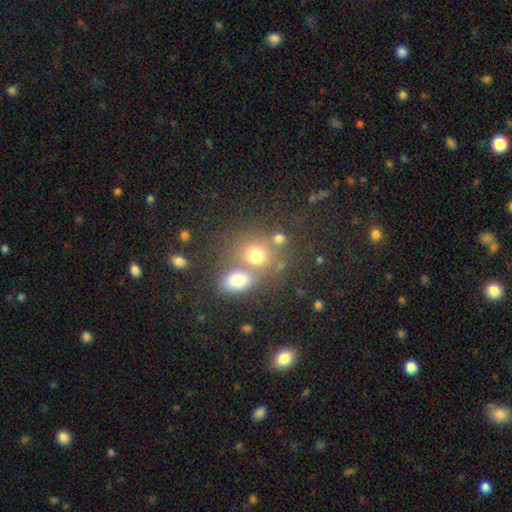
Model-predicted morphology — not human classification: type=smooth (72%); roundness=round (65%); merging=none (43%).